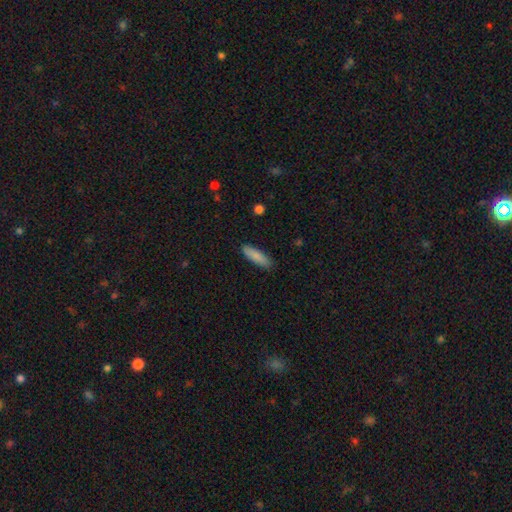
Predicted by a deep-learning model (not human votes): Morphology: type=smooth (86%); roundness=cigar-shaped (61%); merging=none (88%).